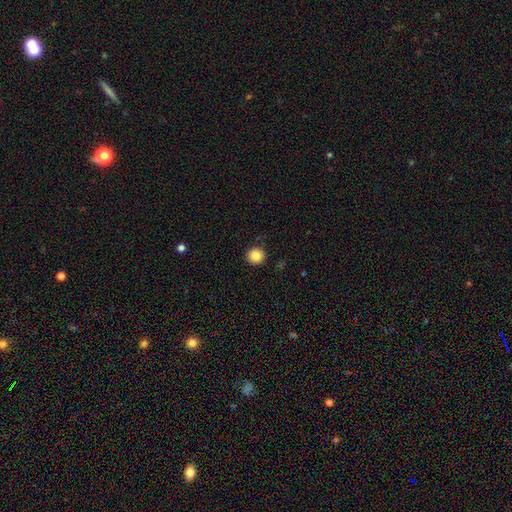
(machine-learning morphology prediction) Q: Smooth or featured?
A: smooth (86%); runner-up: star or artifact (10%)
Q: How rounded?
A: round (94%); runner-up: in between (5%)
Q: Merging?
A: none (89%); runner-up: minor disturbance (8%)